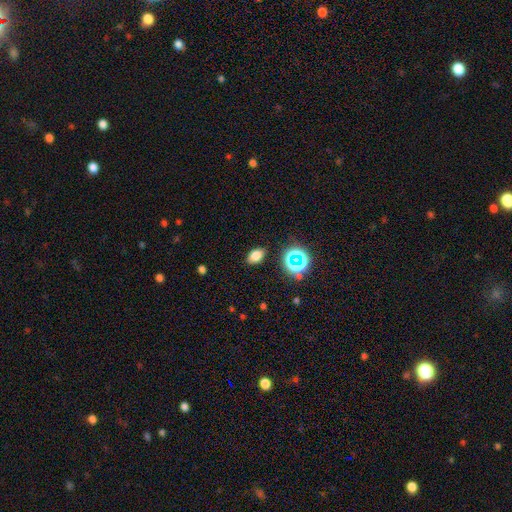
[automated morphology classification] Smooth or featured: smooth — 75% (star or artifact — 17%)
How rounded: in between — 82% (round — 17%)
Merging: none — 86% (minor disturbance — 10%)